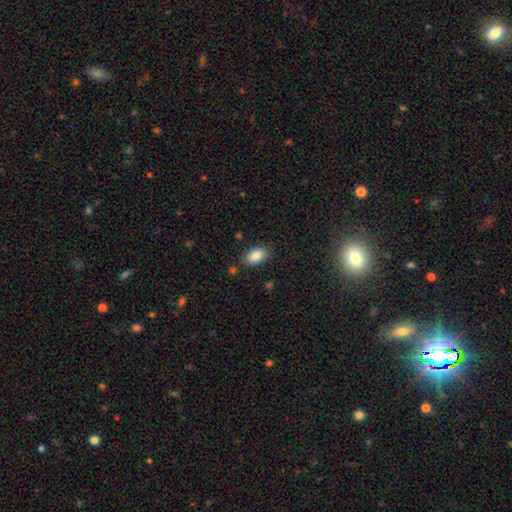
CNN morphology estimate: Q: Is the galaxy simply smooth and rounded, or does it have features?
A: smooth — 87%.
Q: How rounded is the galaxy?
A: in between — 93%.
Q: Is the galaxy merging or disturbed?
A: none — 84%.